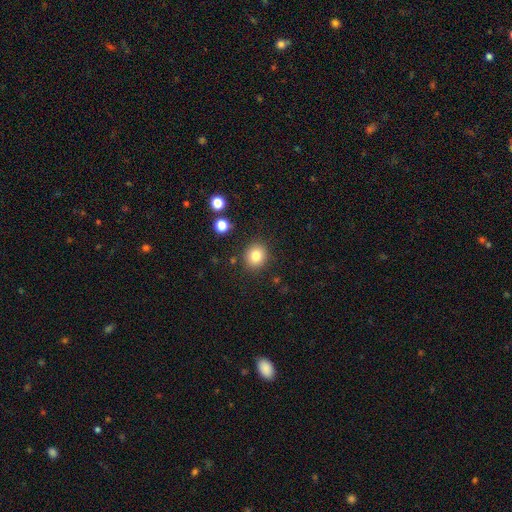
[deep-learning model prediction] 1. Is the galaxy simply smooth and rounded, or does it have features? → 81% smooth, 11% star or artifact, 7% featured or disk.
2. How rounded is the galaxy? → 82% round, 17% in between, 1% cigar-shaped.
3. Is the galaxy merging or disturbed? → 88% none, 7% minor disturbance, 2% major disturbance, 2% merger.